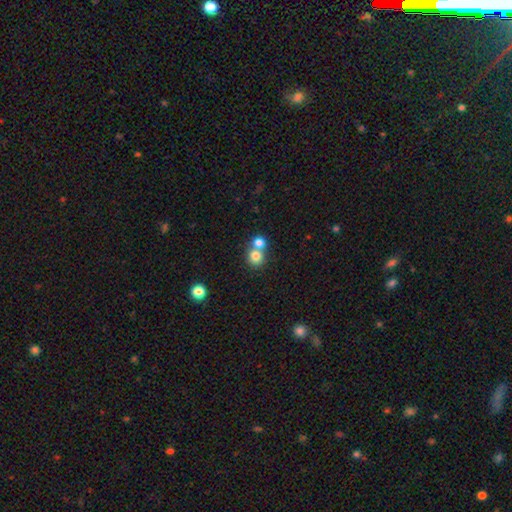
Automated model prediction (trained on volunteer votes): Smooth or featured: smooth — 79% (star or artifact — 11%)
How rounded: round — 83% (in between — 16%)
Merging: merger — 54% (none — 39%)